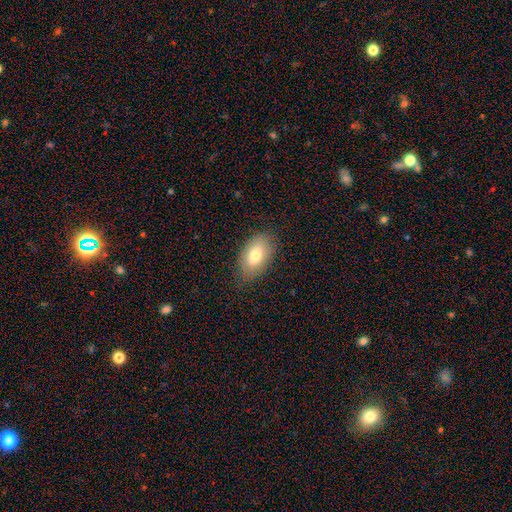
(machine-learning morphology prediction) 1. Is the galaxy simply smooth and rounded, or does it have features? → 78% smooth, 15% featured or disk, 8% star or artifact.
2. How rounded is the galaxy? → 92% in between, 6% round, 2% cigar-shaped.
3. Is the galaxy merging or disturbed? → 81% none, 15% minor disturbance, 4% major disturbance, 1% merger.